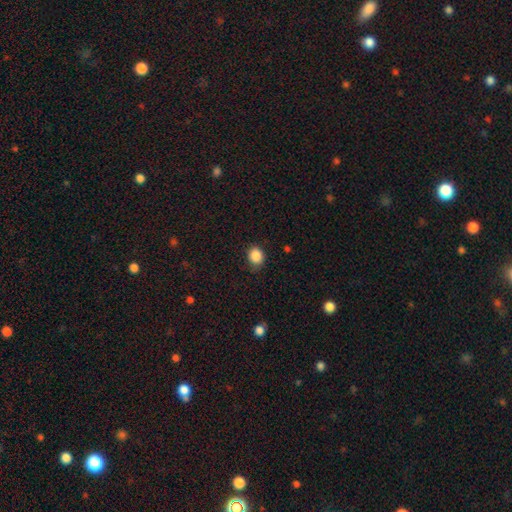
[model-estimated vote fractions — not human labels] Smooth or featured? smooth (87%)
How rounded? round (67%)
Merging? none (83%)